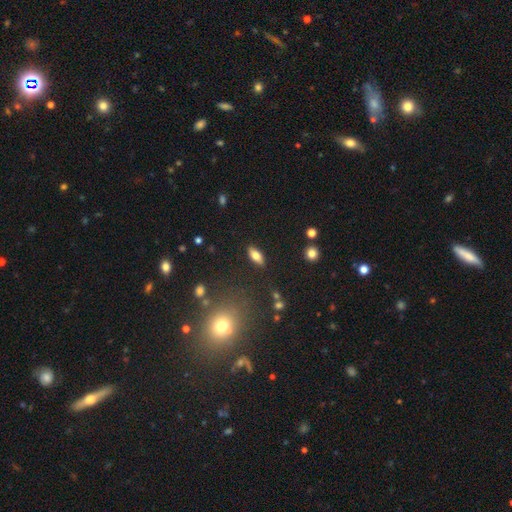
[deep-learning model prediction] Smooth or featured? Predicted: smooth (p=0.72). How rounded? Predicted: in between (p=0.80). Merging? Predicted: none (p=0.87).